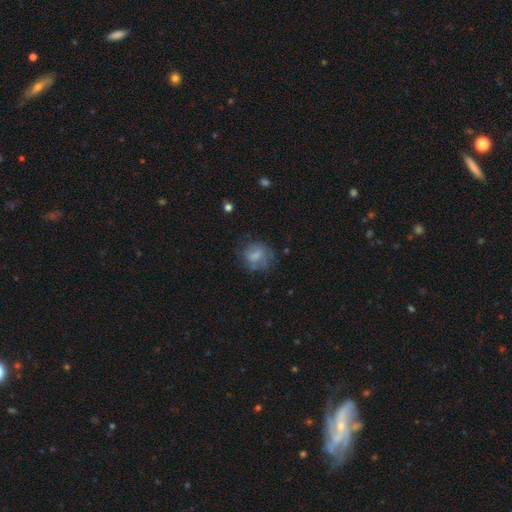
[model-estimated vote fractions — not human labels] smooth_or_featured: smooth (p=0.61) [alt: featured or disk p=0.29]
how_rounded: round (p=0.59) [alt: in between p=0.39]
merging: none (p=0.55) [alt: minor disturbance p=0.25]